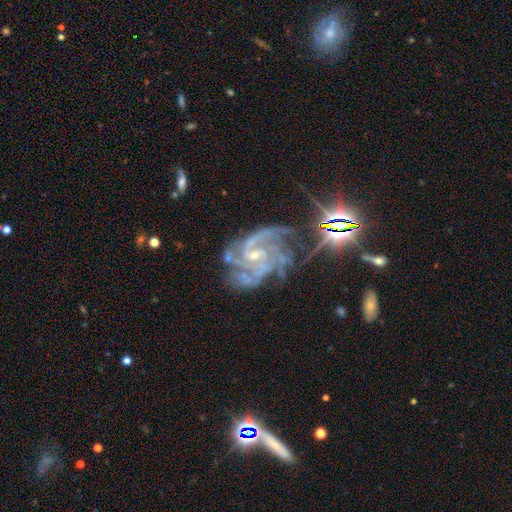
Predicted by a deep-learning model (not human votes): This appears to be a featured or disk galaxy (85%) with no bar (53%), 3 (23%) tight (45%) spiral arms (97%) and a small central bulge (71%). Merging: none (54%).